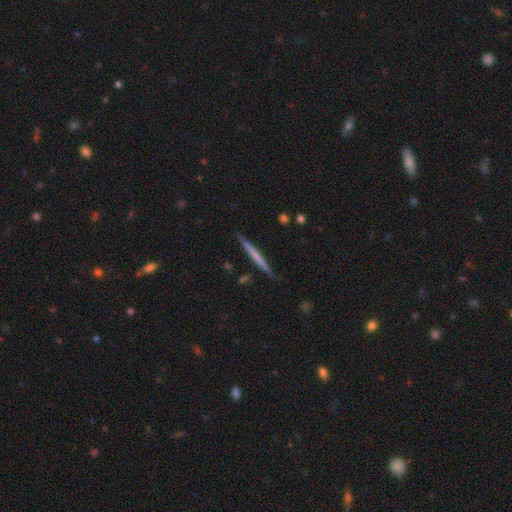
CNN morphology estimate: Q: Smooth or featured?
A: featured or disk (50%); runner-up: smooth (45%)
Q: Merging?
A: none (88%); runner-up: minor disturbance (9%)